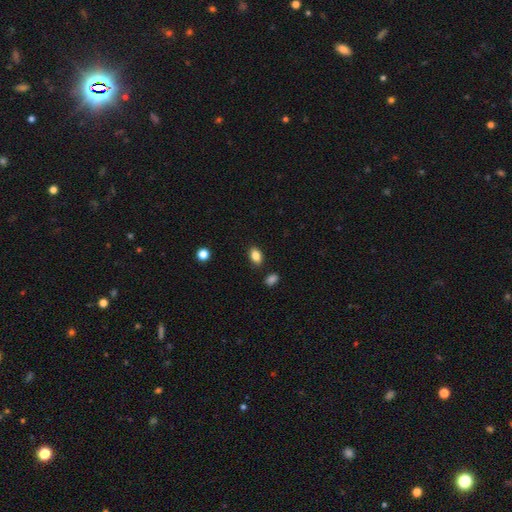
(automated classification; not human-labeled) Smooth or featured: smooth — 86% (star or artifact — 9%)
How rounded: in between — 86% (round — 13%)
Merging: none — 86% (minor disturbance — 9%)